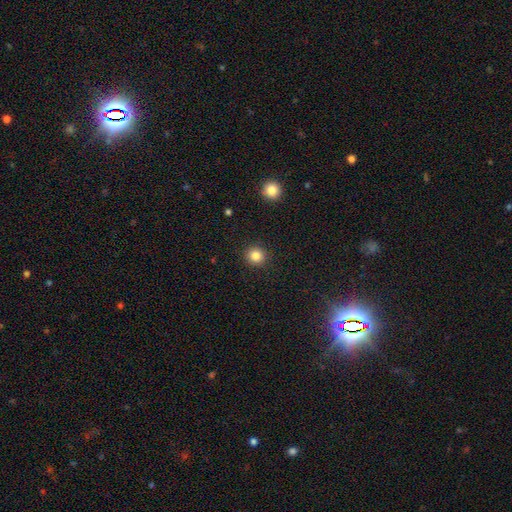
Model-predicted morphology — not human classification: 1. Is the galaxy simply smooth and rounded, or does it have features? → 84% smooth, 11% star or artifact, 5% featured or disk.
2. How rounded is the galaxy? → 91% round, 8% in between, 1% cigar-shaped.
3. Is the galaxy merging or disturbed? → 92% none, 5% minor disturbance, 2% major disturbance, 1% merger.